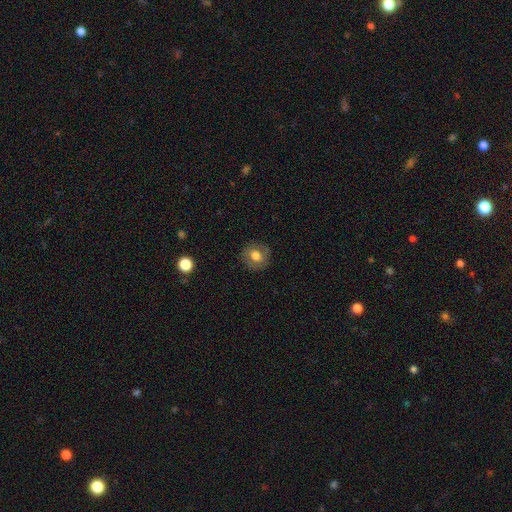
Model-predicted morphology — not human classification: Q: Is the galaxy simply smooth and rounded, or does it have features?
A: smooth — 68%.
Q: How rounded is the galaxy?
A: round — 84%.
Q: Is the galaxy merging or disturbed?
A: none — 85%.